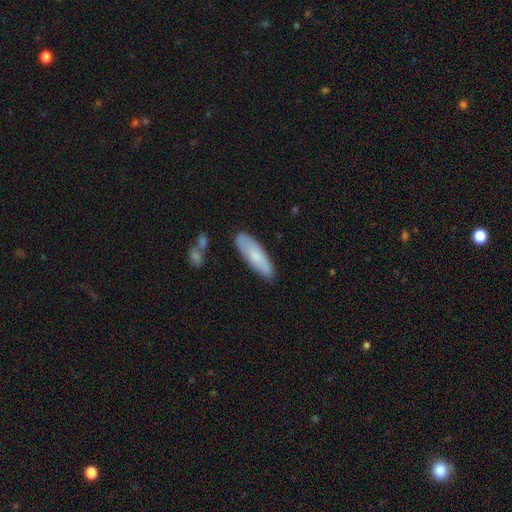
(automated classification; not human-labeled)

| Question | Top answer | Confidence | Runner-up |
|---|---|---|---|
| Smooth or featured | smooth | 74% | featured or disk (20%) |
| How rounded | cigar-shaped | 53% | in between (45%) |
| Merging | none | 76% | minor disturbance (17%) |